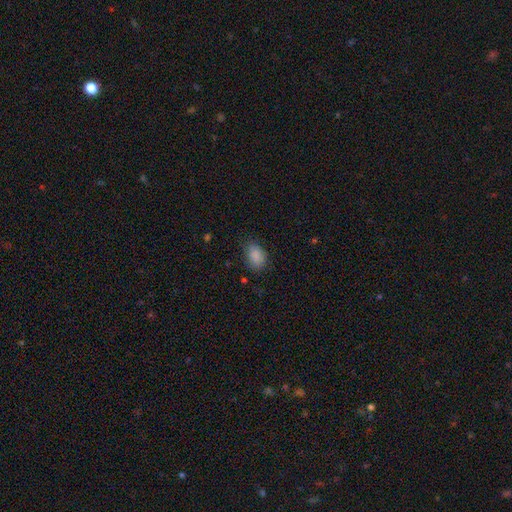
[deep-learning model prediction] A smooth galaxy with no disk features (87%) that is in between round and cigar-shaped (79%).

Vote fractions:
- Smooth or featured? smooth: 87% / star or artifact: 9% / featured or disk: 5%
- How rounded? in between: 79% / round: 19% / cigar-shaped: 1%
- Merging? none: 72% / minor disturbance: 21% / major disturbance: 5% / merger: 1%